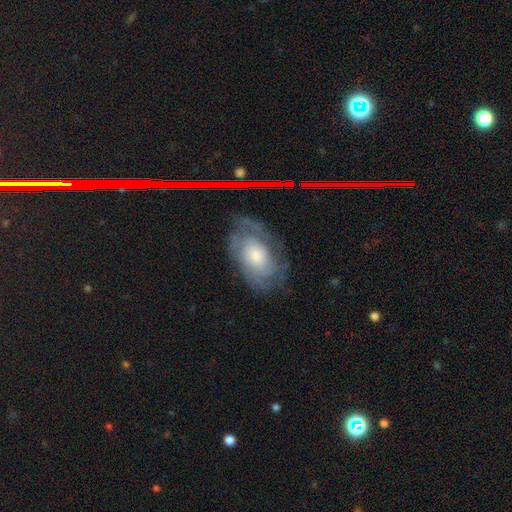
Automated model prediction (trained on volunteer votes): featured or disk 60%, smooth 31%, star or artifact 10%. Down the decision tree: edge-on disk — no (94%); bar — no (79%); spiral arms — yes (81%); bulge size — moderate (42%); merging — none (68%).